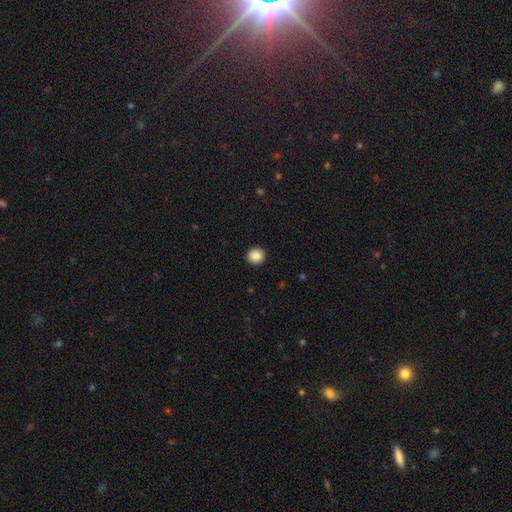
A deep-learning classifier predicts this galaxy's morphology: A smooth galaxy with no disk features (88%) that is round (92%).

Vote fractions:
- Smooth or featured? smooth: 88% / star or artifact: 9% / featured or disk: 3%
- How rounded? round: 92% / in between: 7% / cigar-shaped: 1%
- Merging? none: 93% / minor disturbance: 4% / major disturbance: 2% / merger: 1%